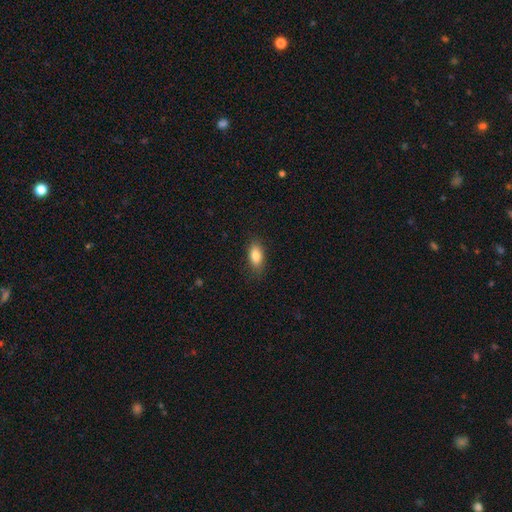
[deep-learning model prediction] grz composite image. It shows a smooth galaxy with no disk features (82%) that is in between round and cigar-shaped (86%). Merging: none (84%).